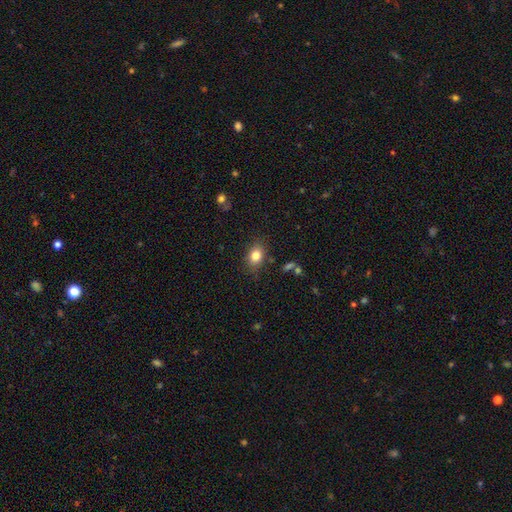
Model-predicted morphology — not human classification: smooth-or-featured: smooth: 82% | star or artifact: 10% | featured or disk: 8%
  how-rounded: in between: 67% | round: 32% | cigar-shaped: 1%
  merging: none: 82% | minor disturbance: 13% | major disturbance: 3% | merger: 2%